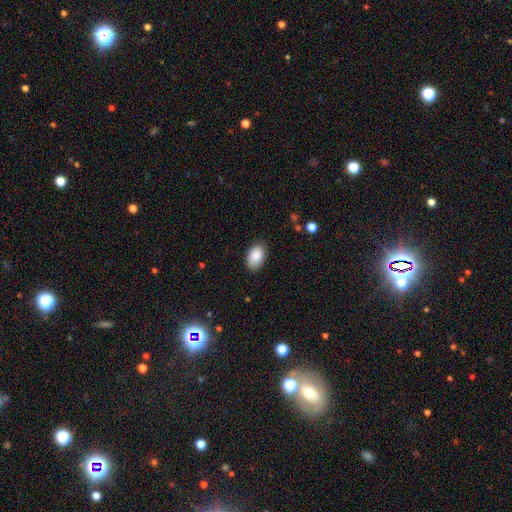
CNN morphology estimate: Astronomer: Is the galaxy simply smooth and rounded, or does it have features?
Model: smooth — 88%.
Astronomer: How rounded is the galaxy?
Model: in between — 91%.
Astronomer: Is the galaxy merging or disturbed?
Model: none — 82%.